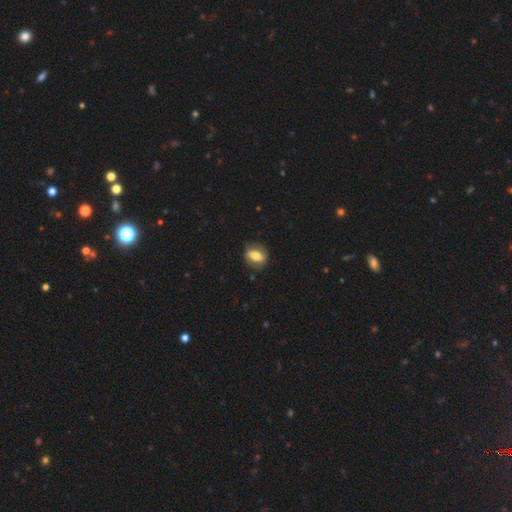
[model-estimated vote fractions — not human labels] Smooth or featured: smooth — 59% (featured or disk — 34%)
How rounded: in between — 66% (round — 30%)
Merging: none — 80% (minor disturbance — 14%)